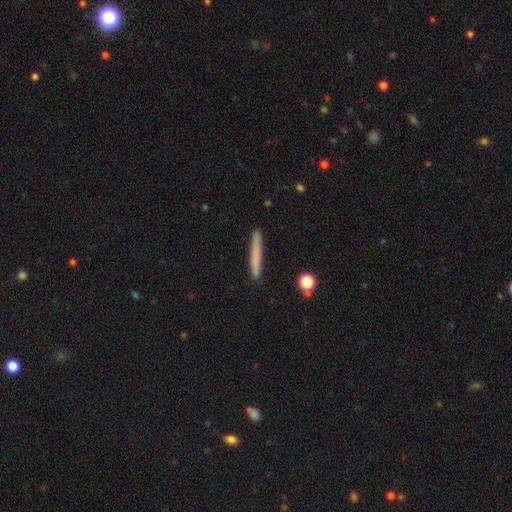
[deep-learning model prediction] The model was most divided on "smooth or featured": smooth: 69%, featured or disk: 24%, star or artifact: 7%. More confident: how rounded — cigar-shaped (97%); merging — none (90%).